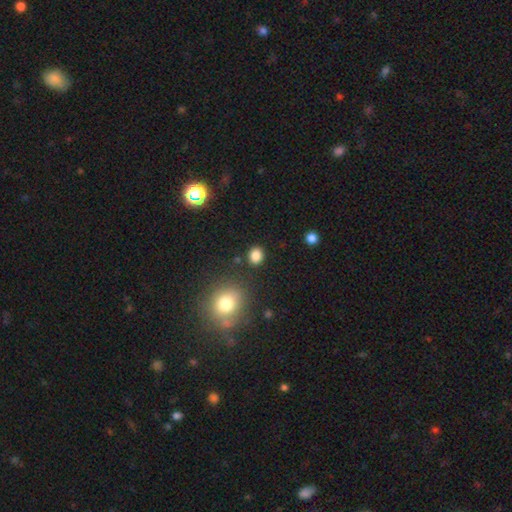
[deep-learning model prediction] The model was most divided on "how rounded": round: 69%, in between: 30%, cigar-shaped: 1%. More confident: merging — none (87%); smooth or featured — smooth (84%).